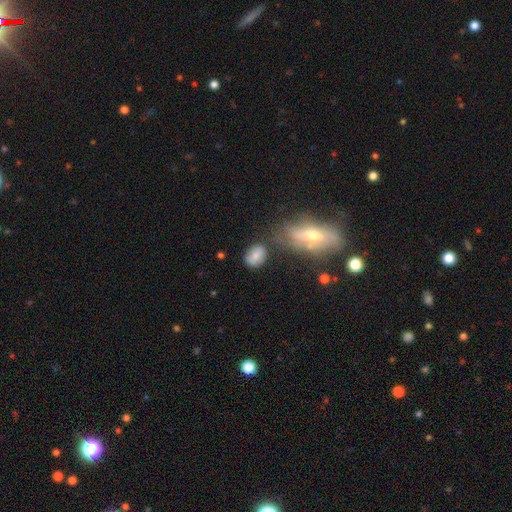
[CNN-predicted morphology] Overall: smooth (73%). How rounded: in between (71%). Merging: none (65%).